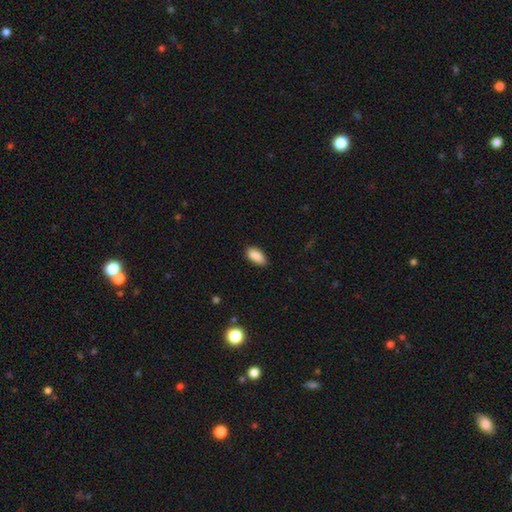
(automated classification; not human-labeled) A smooth galaxy with no disk features (89%) that is in between round and cigar-shaped (91%).

Vote fractions:
- Smooth or featured? smooth: 89% / star or artifact: 7% / featured or disk: 4%
- How rounded? in between: 91% / cigar-shaped: 7% / round: 3%
- Merging? none: 81% / minor disturbance: 15% / major disturbance: 2% / merger: 1%